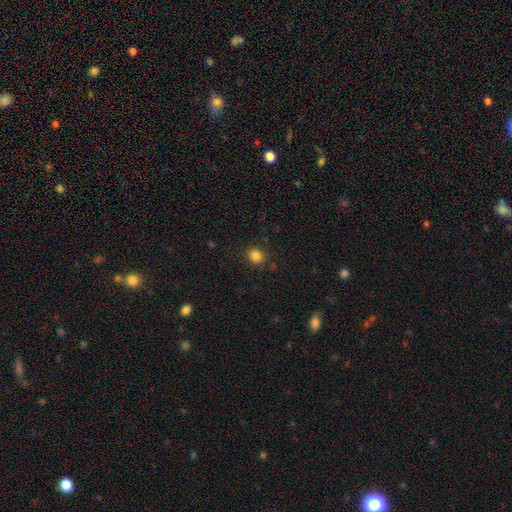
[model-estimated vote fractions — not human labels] This is clearly a smooth galaxy (84%). How rounded: likely round (73%). Merging: clearly none (87%).